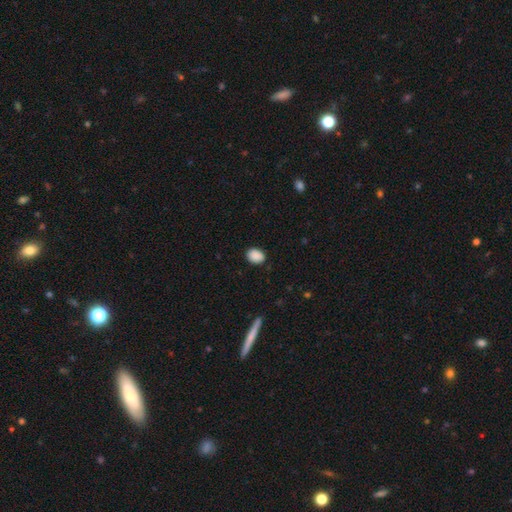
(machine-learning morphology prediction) Smooth or featured: smooth — 89% (star or artifact — 8%)
How rounded: in between — 72% (round — 27%)
Merging: none — 86% (minor disturbance — 11%)